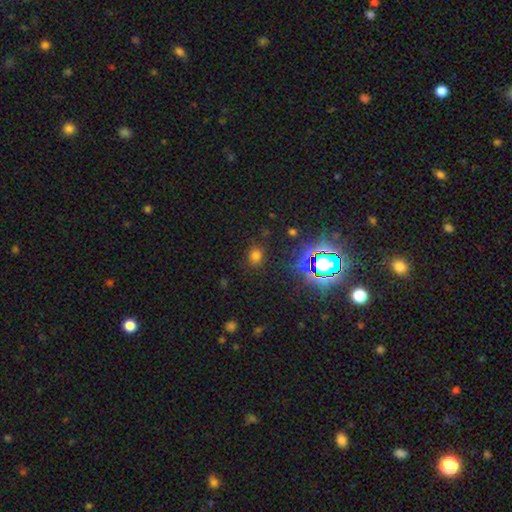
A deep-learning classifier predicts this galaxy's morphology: Smooth or featured? Predicted: smooth (p=0.65). How rounded? Predicted: round (p=0.66). Merging? Predicted: none (p=0.82).